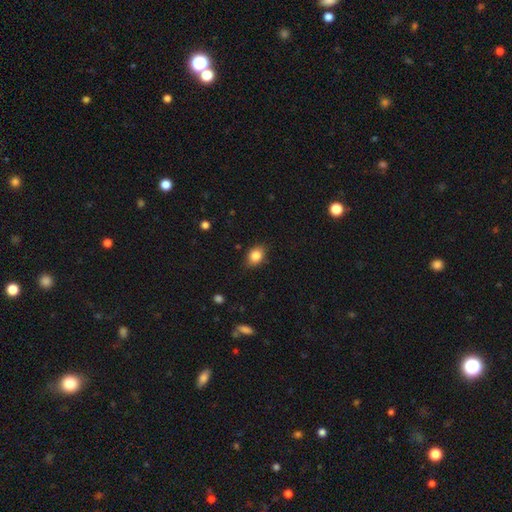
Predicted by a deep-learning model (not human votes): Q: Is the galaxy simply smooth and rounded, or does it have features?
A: smooth — 85%.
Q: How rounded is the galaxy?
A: in between — 64%.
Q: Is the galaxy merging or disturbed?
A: none — 80%.